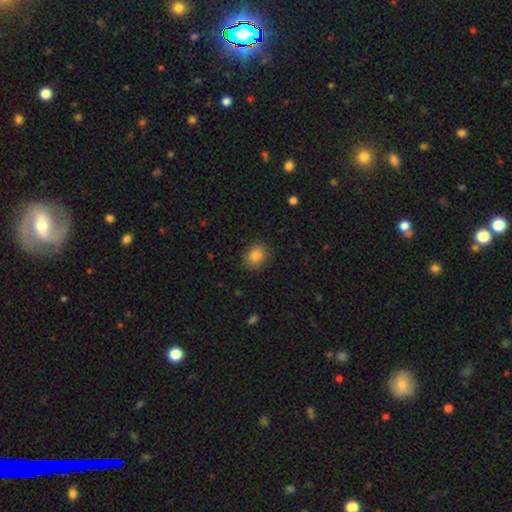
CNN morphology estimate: A smooth galaxy with no disk features (85%) that is round (50%).

Vote fractions:
- Smooth or featured? smooth: 85% / star or artifact: 9% / featured or disk: 6%
- How rounded? round: 50% / in between: 49% / cigar-shaped: 1%
- Merging? none: 86% / minor disturbance: 10% / major disturbance: 3% / merger: 1%